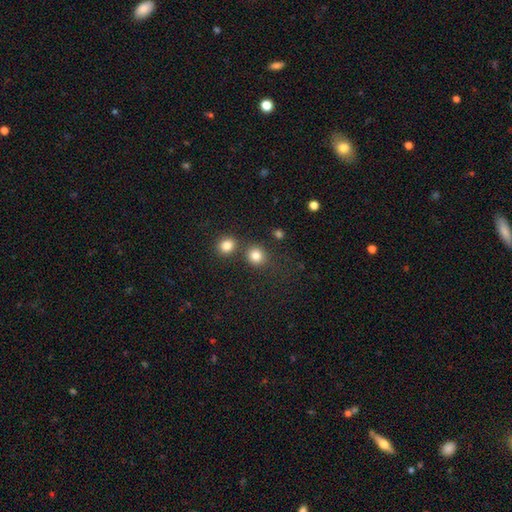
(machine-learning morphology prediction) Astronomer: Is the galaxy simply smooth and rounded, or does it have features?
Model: smooth — 82%.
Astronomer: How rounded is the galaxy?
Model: round — 85%.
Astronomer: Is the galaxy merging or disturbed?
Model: none — 70%.